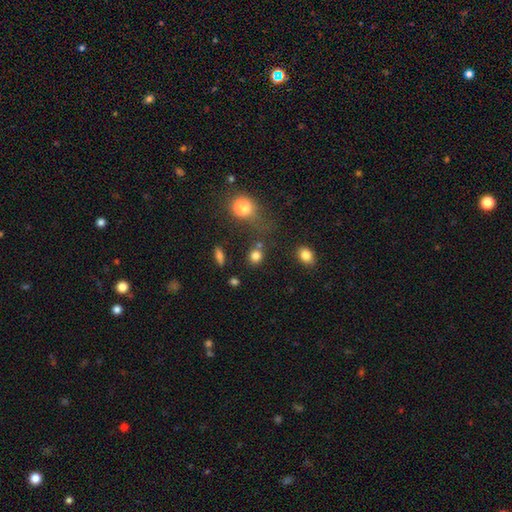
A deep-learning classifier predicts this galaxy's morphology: A smooth galaxy with no disk features (81%) that is round (73%). Merging: none (69%).